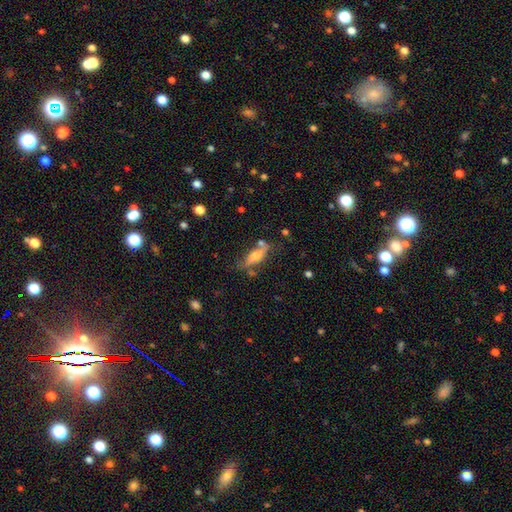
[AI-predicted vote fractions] Smooth or featured: smooth — 54% (featured or disk — 39%)
How rounded: in between — 52% (cigar-shaped — 45%)
Merging: none — 58% (minor disturbance — 21%)